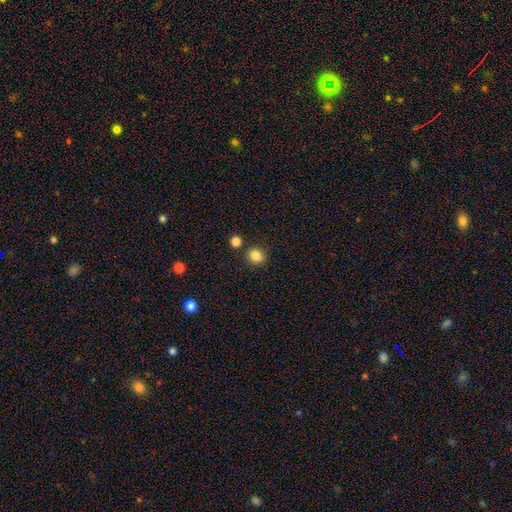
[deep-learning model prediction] Smooth or featured? Predicted: smooth (p=0.85). How rounded? Predicted: round (p=0.76). Merging? Predicted: none (p=0.82).